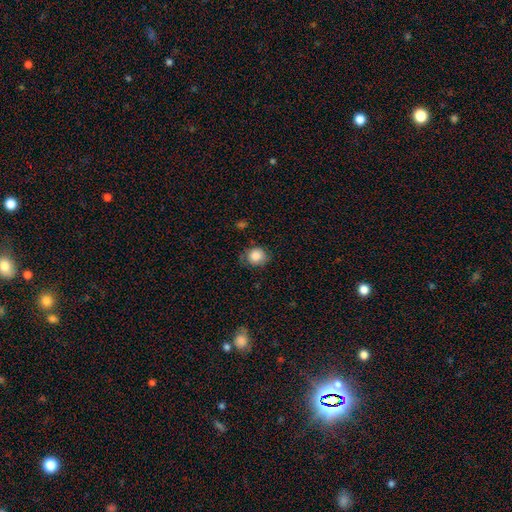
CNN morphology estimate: type=smooth (84%); roundness=round (76%); merging=none (69%).